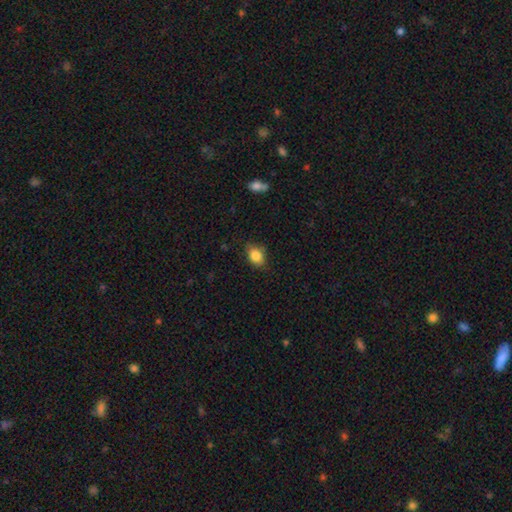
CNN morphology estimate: This appears to be a smooth galaxy with no disk features (85%) that is in between round and cigar-shaped (68%). Merging: none (76%).